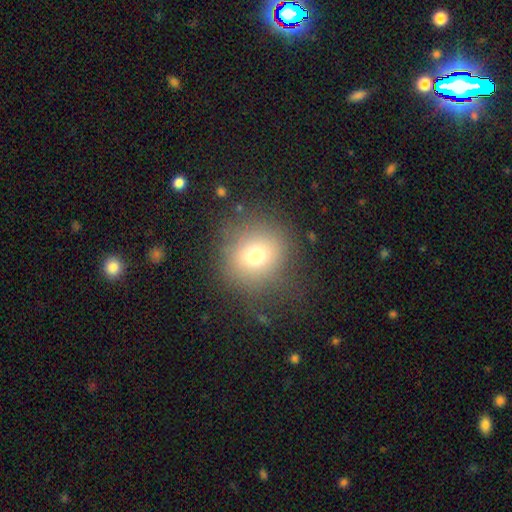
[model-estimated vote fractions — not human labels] smooth-or-featured: smooth: 73% | star or artifact: 14% | featured or disk: 13%
  how-rounded: round: 86% | in between: 13% | cigar-shaped: 1%
  merging: none: 76% | minor disturbance: 14% | major disturbance: 8% | merger: 2%